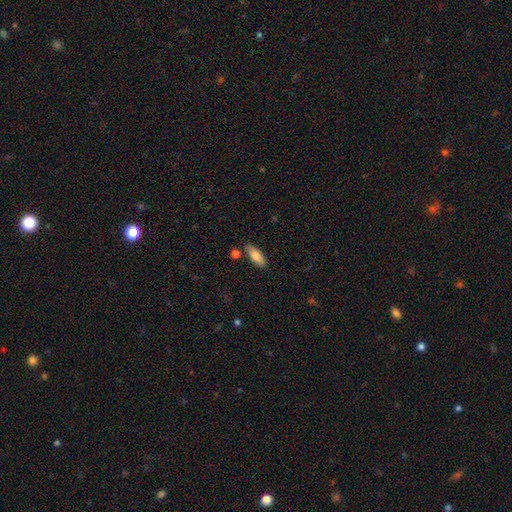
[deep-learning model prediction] Overall: smooth (81%). How rounded: in between (76%). Merging: none (80%).